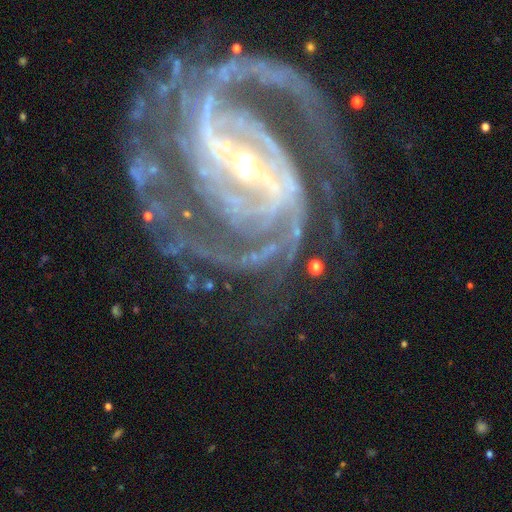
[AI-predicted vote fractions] Q: Smooth or featured?
A: featured or disk (92%); runner-up: star or artifact (5%)
Q: Edge-on disk?
A: no (98%); runner-up: yes (2%)
Q: Bar?
A: strong (58%); runner-up: weak (30%)
Q: Spiral arms?
A: yes (98%); runner-up: no (2%)
Q: Spiral winding?
A: medium (47%); runner-up: tight (41%)
Q: Spiral arm count?
A: 2 (41%); runner-up: 3 (20%)
Q: Bulge size?
A: small (61%); runner-up: moderate (34%)
Q: Merging?
A: none (64%); runner-up: major disturbance (17%)